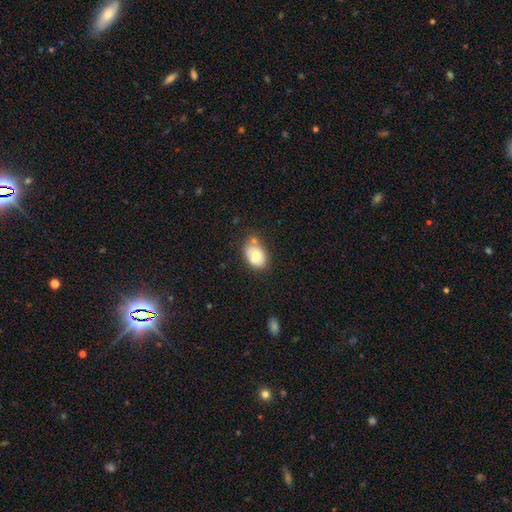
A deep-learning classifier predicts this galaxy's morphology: The model was most divided on "merging": none: 49%, minor disturbance: 25%, merger: 19%, major disturbance: 7%. More confident: how rounded — in between (76%); smooth or featured — smooth (64%).